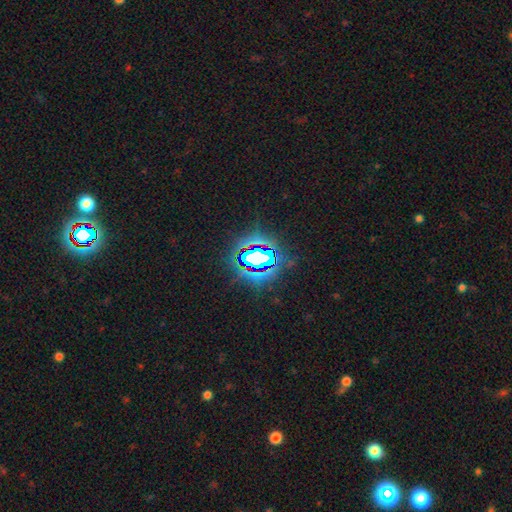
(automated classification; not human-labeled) Smooth or featured? star or artifact (72%)